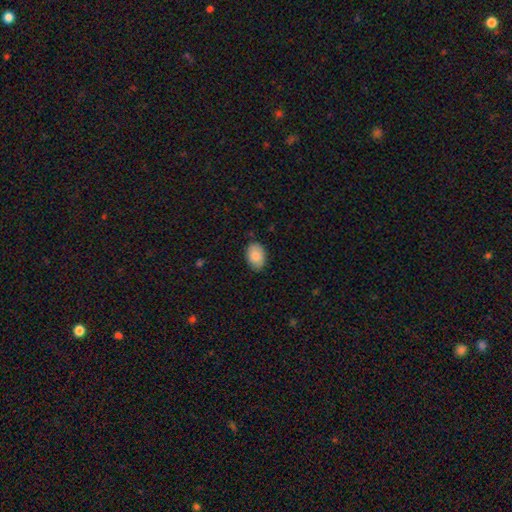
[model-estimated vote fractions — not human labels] smooth-or-featured: smooth: 85% | featured or disk: 9% | star or artifact: 7%
  how-rounded: in between: 83% | round: 16% | cigar-shaped: 1%
  merging: none: 84% | minor disturbance: 13% | major disturbance: 2% | merger: 1%